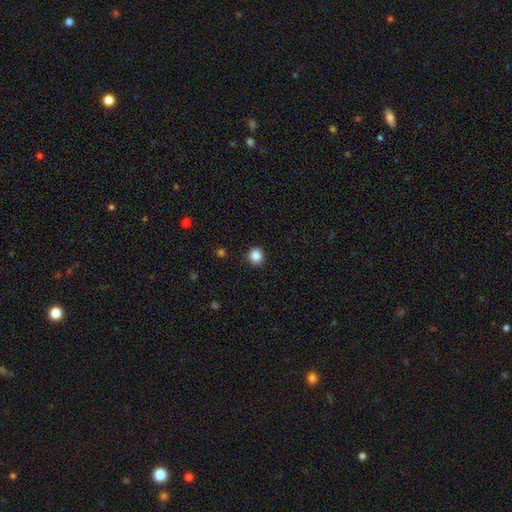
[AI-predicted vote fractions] A smooth galaxy with no disk features (86%) that is round (89%).

Vote fractions:
- Smooth or featured? smooth: 86% / star or artifact: 11% / featured or disk: 3%
- How rounded? round: 89% / in between: 11% / cigar-shaped: 1%
- Merging? none: 88% / minor disturbance: 8% / major disturbance: 2% / merger: 1%